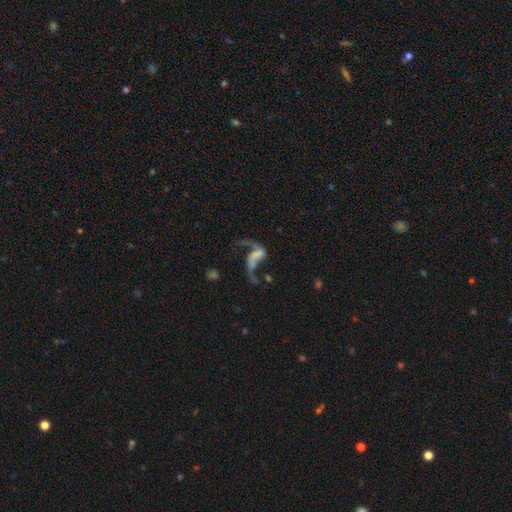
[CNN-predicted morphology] smooth-or-featured: featured or disk: 76% | smooth: 13% | star or artifact: 11%
  disk-edge-on: no: 97% | yes: 3%
    bar: no: 44% | weak: 32% | strong: 24%
    has-spiral-arms: yes: 83% | no: 17%
      spiral-winding: loose: 89% | medium: 9% | tight: 2%
      spiral-arm-count: 2: 83% | 1: 12% | can't tell: 2% | 3: 1% | 4: 1% | more than 4: 1%
    bulge-size: none: 63% | small: 20% | moderate: 10% | large: 5% | dominant: 2%
  merging: none: 35% (tied) | major disturbance: 35% (tied) | merger: 16% | minor disturbance: 13%